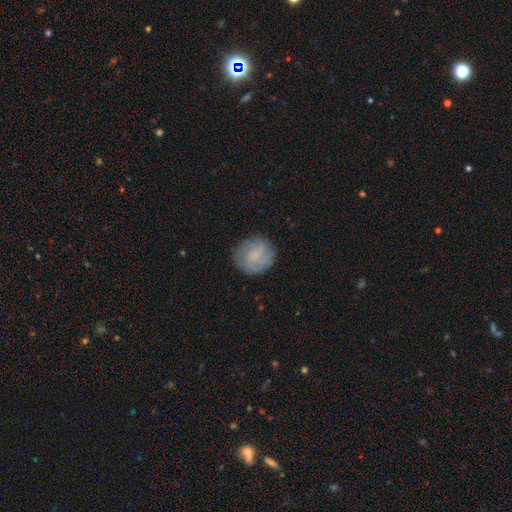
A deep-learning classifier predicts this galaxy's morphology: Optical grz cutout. It shows a featured or disk galaxy (53%) with no bar (63%), spiral arms (90%) and no central bulge (44%). Merging: none (82%).